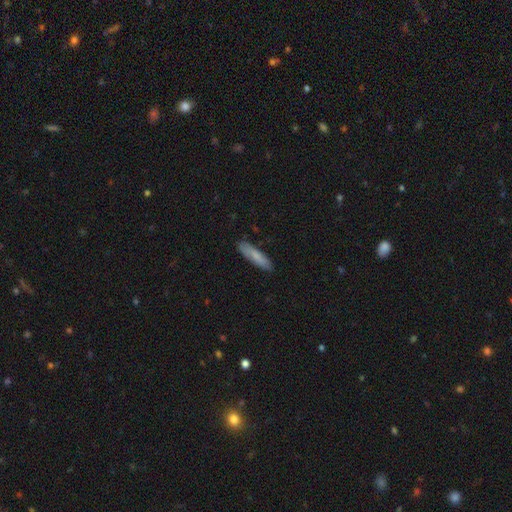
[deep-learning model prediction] This is likely a smooth galaxy (76%). How rounded: likely cigar-shaped (76%). Merging: clearly none (85%).